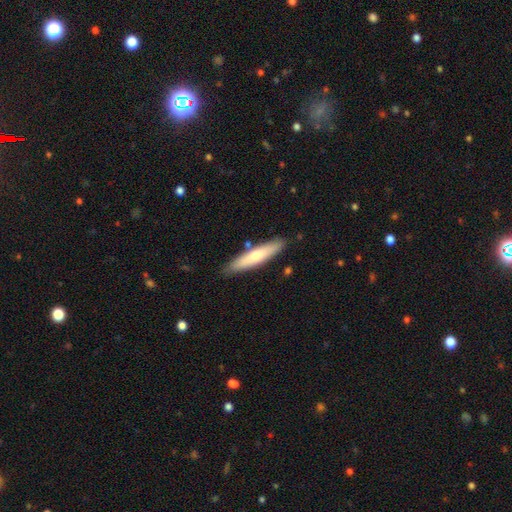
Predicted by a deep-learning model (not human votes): smooth_or_featured: smooth (p=0.62) [alt: featured or disk p=0.33]
how_rounded: cigar-shaped (p=0.84) [alt: in between p=0.14]
merging: none (p=0.85) [alt: minor disturbance p=0.10]